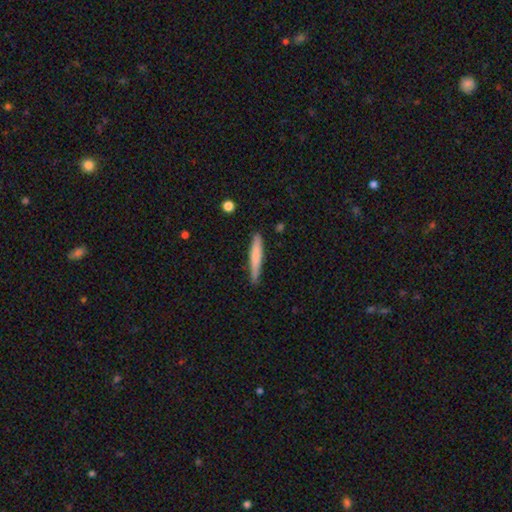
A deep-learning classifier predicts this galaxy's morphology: Overall: smooth (71%). How rounded: cigar-shaped (94%). Merging: none (83%).